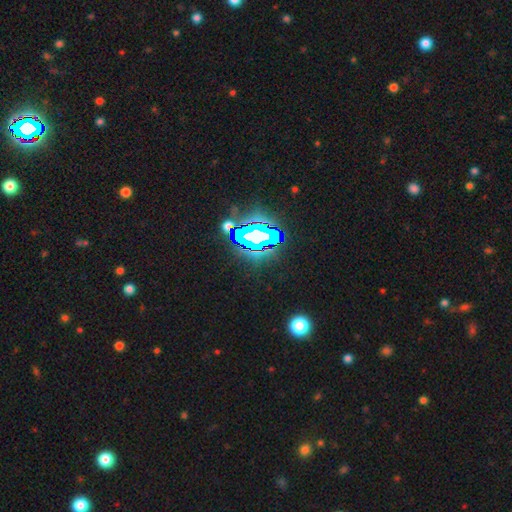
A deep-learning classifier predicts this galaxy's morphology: Overall: star or artifact (80%).